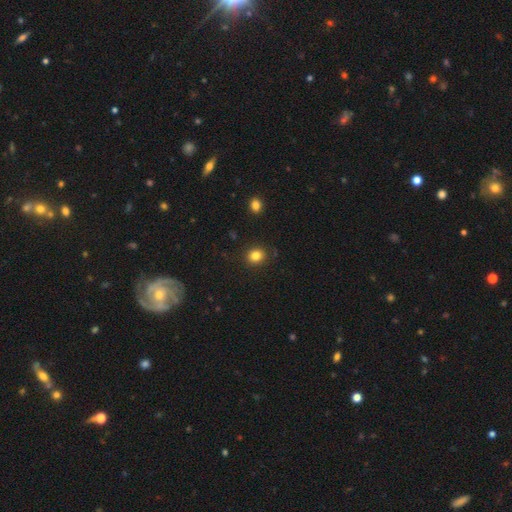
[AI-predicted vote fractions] smooth 83%, star or artifact 12%, featured or disk 5%. Down the decision tree: how rounded — round (75%); merging — none (88%).